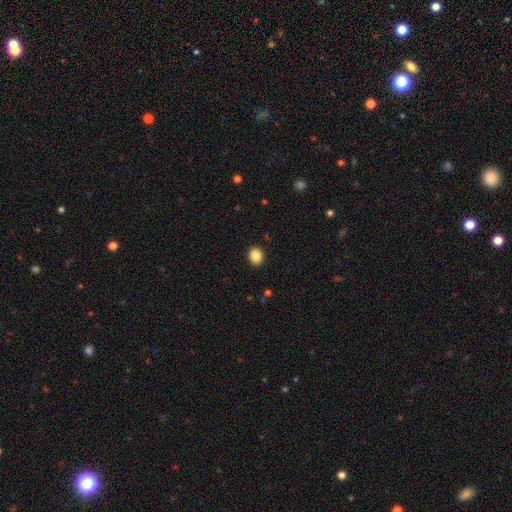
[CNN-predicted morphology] smooth 87%, star or artifact 9%, featured or disk 4%. Down the decision tree: how rounded — round (64%); merging — none (92%).